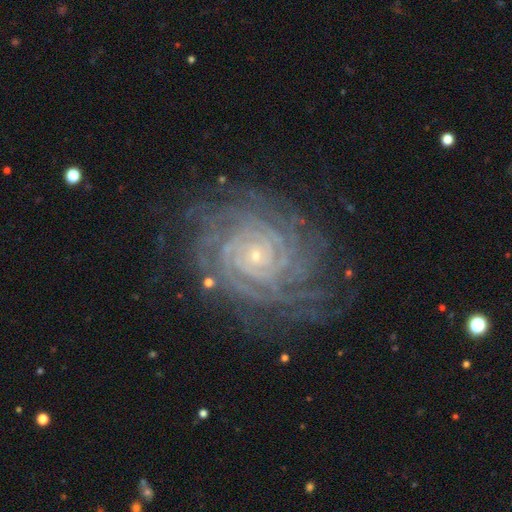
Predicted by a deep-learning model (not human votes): The model was most divided on "spiral arm count": more than 4: 29%, 4: 20%, can't tell: 19%, 3: 12%, 2: 12%, 1: 9%. More confident: spiral arms — yes (98%); edge-on disk — no (98%); smooth or featured — featured or disk (90%); spiral winding — tight (86%); bulge size — small (86%); merging — none (78%); bar — no (78%).